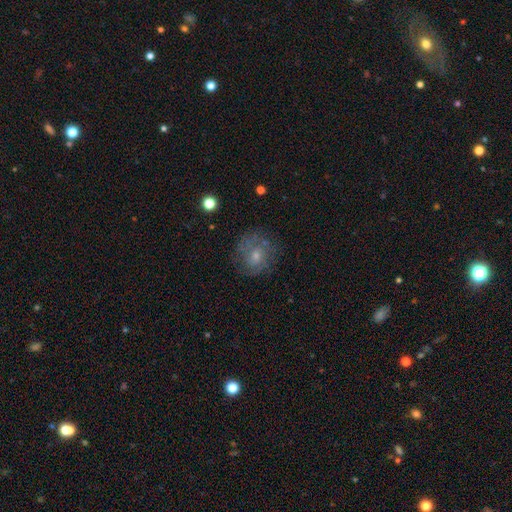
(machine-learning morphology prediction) This is possibly a featured or disk galaxy (55%). It is clearly not viewed edge-on (97%). Bar: likely no (72%). Spiral arm pattern: likely yes (78%). Central bulge: possibly moderate (47%). Merging: likely none (75%).